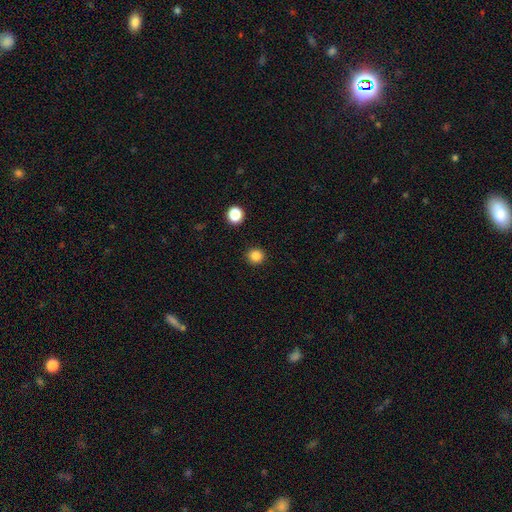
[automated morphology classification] type=smooth (85%); roundness=round (94%); merging=none (92%).